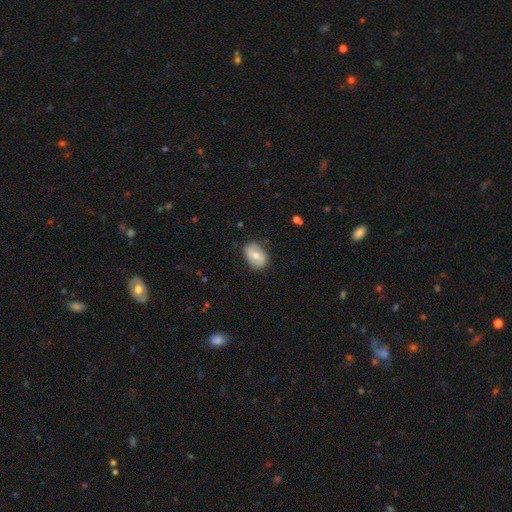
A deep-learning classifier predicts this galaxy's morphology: Smooth or featured? smooth (50%)
How rounded? in between (80%)
Merging? none (77%)